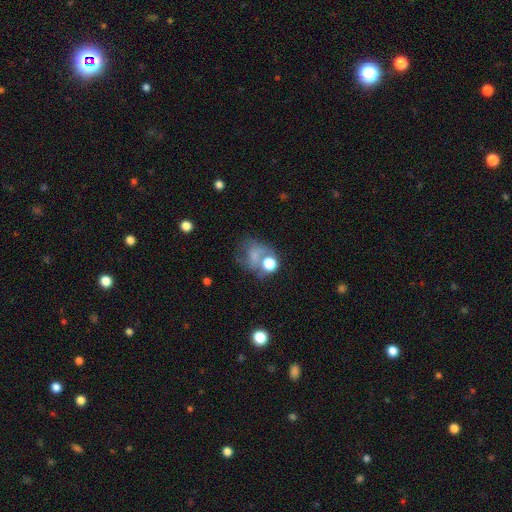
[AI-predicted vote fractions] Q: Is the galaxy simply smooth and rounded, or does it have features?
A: smooth — 54%.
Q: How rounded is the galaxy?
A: round — 57%.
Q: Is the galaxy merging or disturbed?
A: none — 36%.